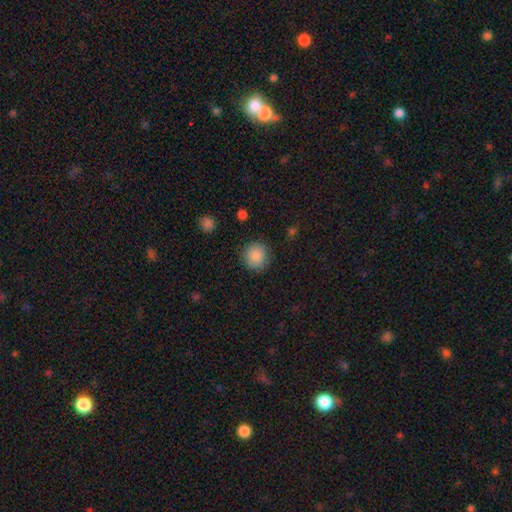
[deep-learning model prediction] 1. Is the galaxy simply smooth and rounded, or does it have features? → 87% smooth, 9% star or artifact, 4% featured or disk.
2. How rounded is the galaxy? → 93% round, 7% in between, 1% cigar-shaped.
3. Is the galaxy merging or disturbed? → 87% none, 9% minor disturbance, 3% major disturbance, 1% merger.